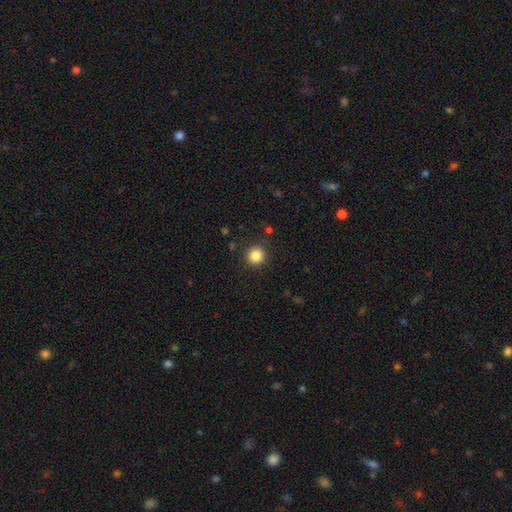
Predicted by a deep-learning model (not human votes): A smooth galaxy with no disk features (85%) that is round (95%).

Vote fractions:
- Smooth or featured? smooth: 85% / star or artifact: 11% / featured or disk: 4%
- How rounded? round: 95% / in between: 4% / cigar-shaped: 1%
- Merging? none: 90% / minor disturbance: 6% / major disturbance: 2% / merger: 1%